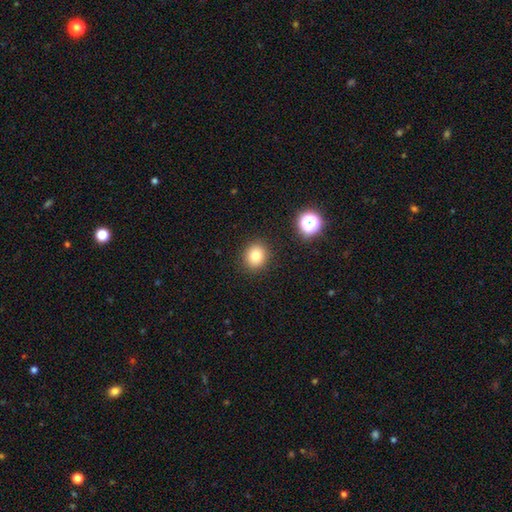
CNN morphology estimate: This is clearly a smooth galaxy (81%). How rounded: likely round (78%). Merging: clearly none (90%).